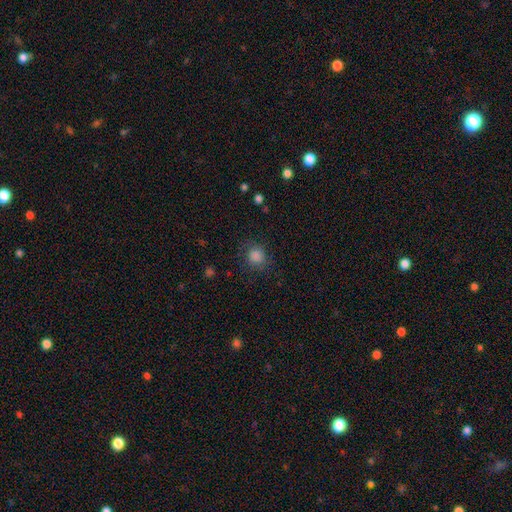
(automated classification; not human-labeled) Q: Smooth or featured?
A: smooth (80%); runner-up: star or artifact (13%)
Q: How rounded?
A: round (86%); runner-up: in between (13%)
Q: Merging?
A: none (78%); runner-up: minor disturbance (14%)